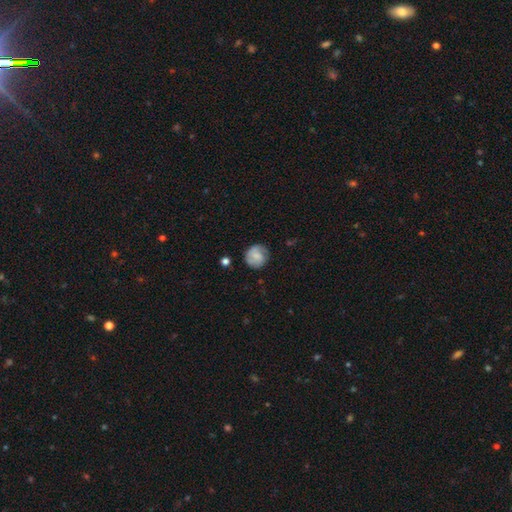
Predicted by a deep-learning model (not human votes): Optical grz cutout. It shows a smooth galaxy with no disk features (57%) that is round (87%). Merging: none (73%).